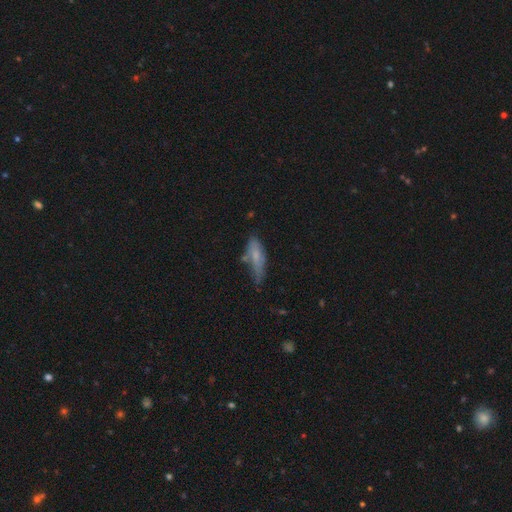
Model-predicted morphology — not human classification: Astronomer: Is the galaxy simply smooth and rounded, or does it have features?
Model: smooth — 63%.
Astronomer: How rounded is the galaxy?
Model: in between — 54% (runner-up: cigar-shaped, 43%).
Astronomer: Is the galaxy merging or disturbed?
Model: none — 41% (runner-up: minor disturbance, 35%).